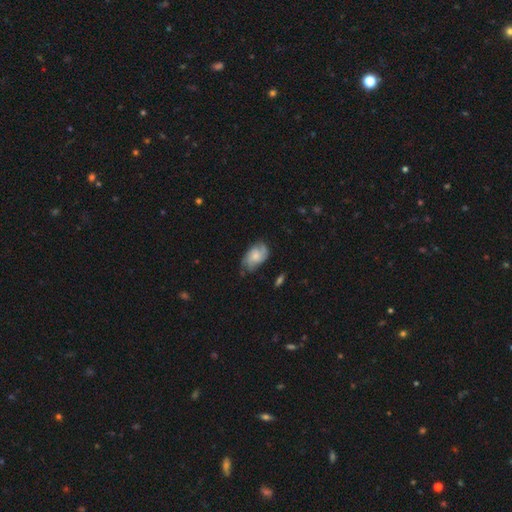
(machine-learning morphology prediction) This is possibly a featured or disk galaxy (54%). It is clearly not viewed edge-on (96%). Bar: likely no (70%). Spiral arm pattern: clearly yes (87%). Central bulge: marginally small (45%). Merging: possibly none (59%).